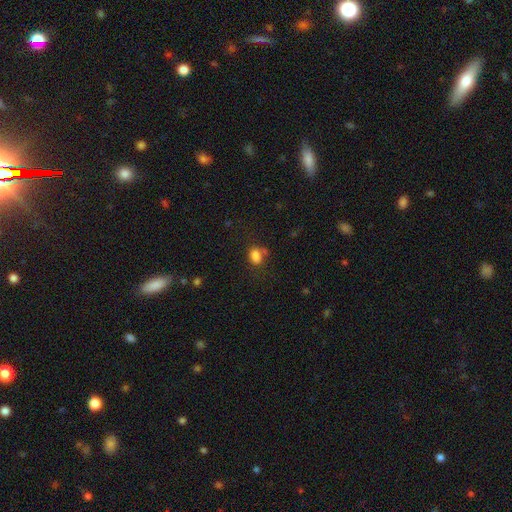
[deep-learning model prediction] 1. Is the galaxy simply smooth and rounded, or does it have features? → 82% smooth, 12% star or artifact, 6% featured or disk.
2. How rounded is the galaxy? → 69% in between, 30% round, 2% cigar-shaped.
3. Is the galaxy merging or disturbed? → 58% none, 21% minor disturbance, 13% merger, 8% major disturbance.